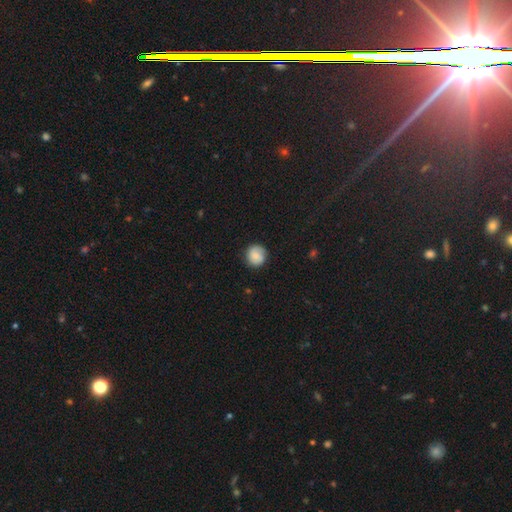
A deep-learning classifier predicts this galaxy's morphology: The model was most divided on "smooth or featured": smooth: 72%, featured or disk: 20%, star or artifact: 8%. More confident: how rounded — round (90%); merging — none (83%).